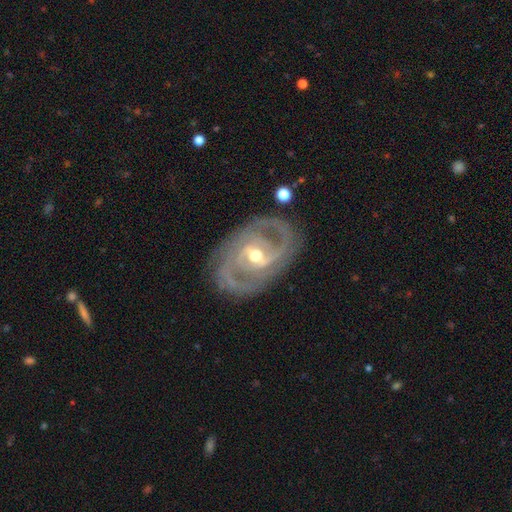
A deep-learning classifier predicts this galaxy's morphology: Smooth or featured? Predicted: featured or disk (p=0.89). Edge-on disk? Predicted: no (p=0.95). Bar? Predicted: weak (p=0.45). Spiral arms? Predicted: yes (p=0.93). Spiral winding? Predicted: tight (p=0.45). Spiral arm count? Predicted: 2 (p=0.75). Bulge size? Predicted: moderate (p=0.65). Merging? Predicted: none (p=0.79).